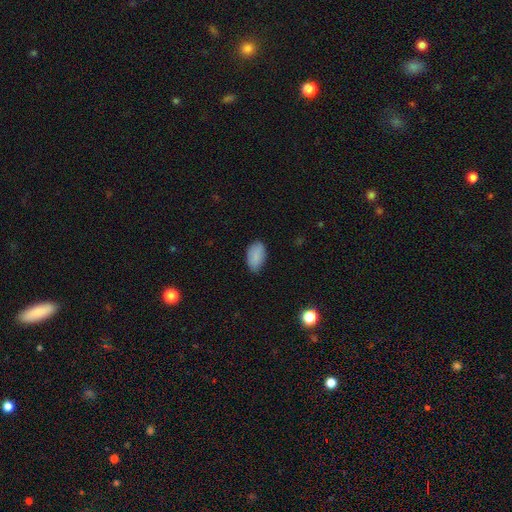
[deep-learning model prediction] Smooth or featured? Predicted: smooth (p=0.88). How rounded? Predicted: in between (p=0.94). Merging? Predicted: none (p=0.75).